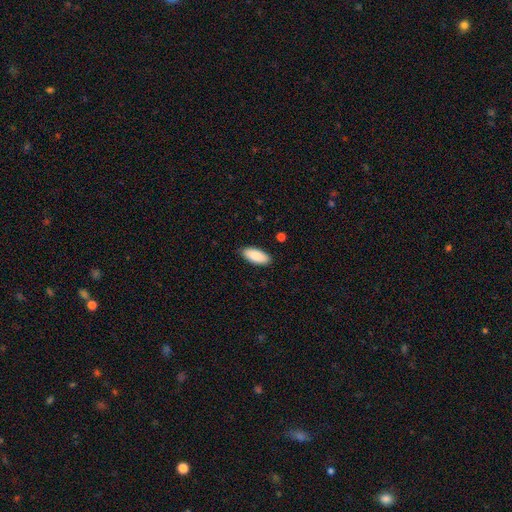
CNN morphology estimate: Q: Smooth or featured?
A: smooth (89%); runner-up: star or artifact (5%)
Q: How rounded?
A: in between (87%); runner-up: cigar-shaped (11%)
Q: Merging?
A: none (88%); runner-up: minor disturbance (9%)